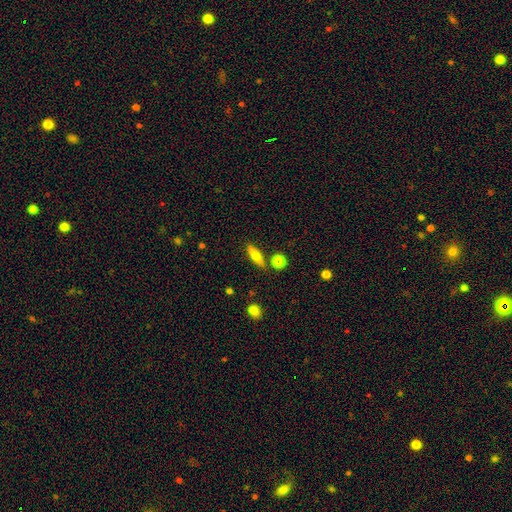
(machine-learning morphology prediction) Smooth or featured: smooth — 60% (featured or disk — 31%)
How rounded: cigar-shaped — 55% (in between — 40%)
Merging: none — 79% (minor disturbance — 11%)